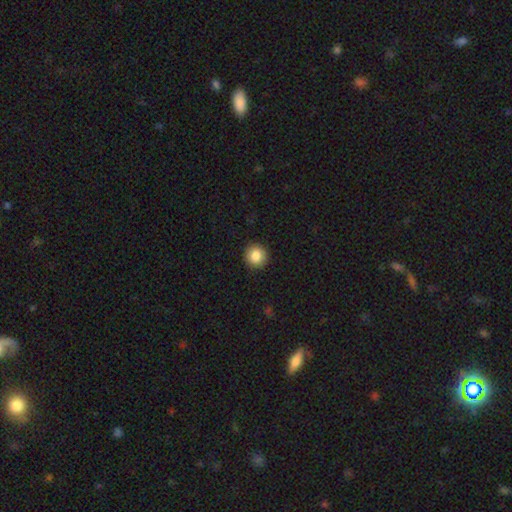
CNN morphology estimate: smooth 86%, star or artifact 9%, featured or disk 5%. Down the decision tree: how rounded — round (93%); merging — none (92%).